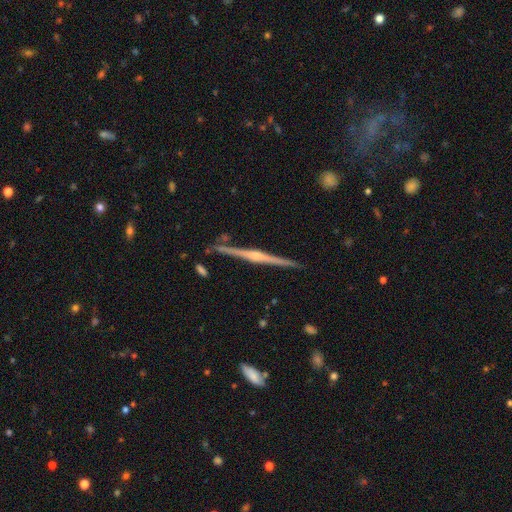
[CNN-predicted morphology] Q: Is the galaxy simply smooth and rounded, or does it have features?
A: featured or disk — 85%.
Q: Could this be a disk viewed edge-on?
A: yes — 99%.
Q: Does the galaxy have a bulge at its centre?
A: rounded — 81%.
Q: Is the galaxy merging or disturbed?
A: none — 90%.